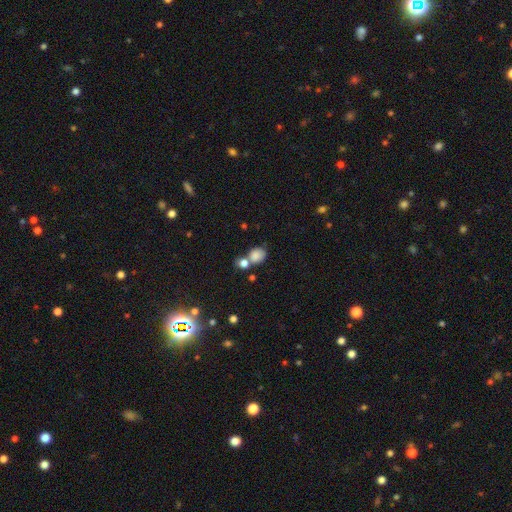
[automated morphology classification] Smooth or featured?
  - smooth: 82% *
  - star or artifact: 10%
  - featured or disk: 8%
How rounded?
  - round: 52% *
  - in between: 47%
  - cigar-shaped: 1%
Merging?
  - none: 46% *
  - merger: 37%
  - minor disturbance: 13%
  - major disturbance: 5%